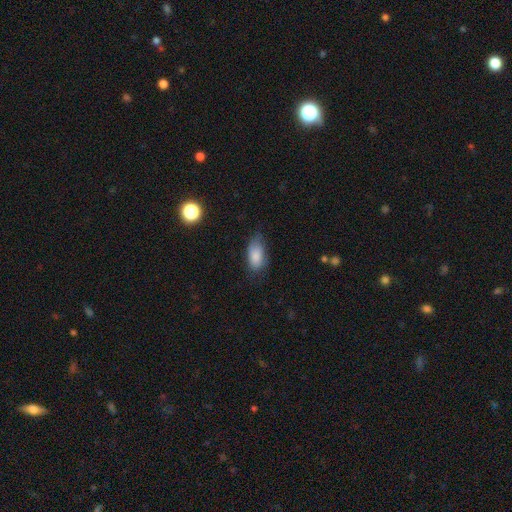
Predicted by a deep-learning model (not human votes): Smooth or featured? smooth (83%)
How rounded? in between (91%)
Merging? none (57%)